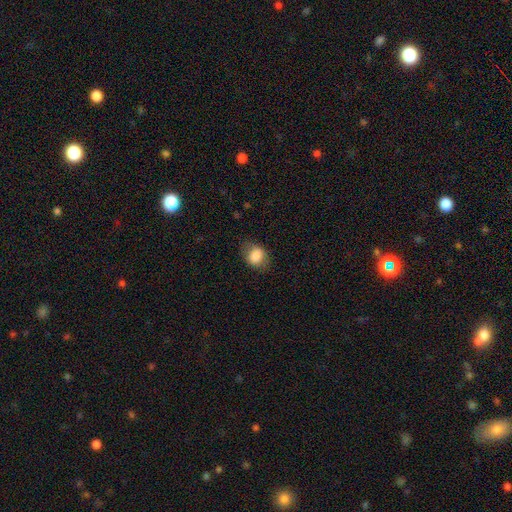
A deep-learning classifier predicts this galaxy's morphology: smooth 82%, featured or disk 10%, star or artifact 8%. Down the decision tree: how rounded — in between (56%); merging — none (73%).